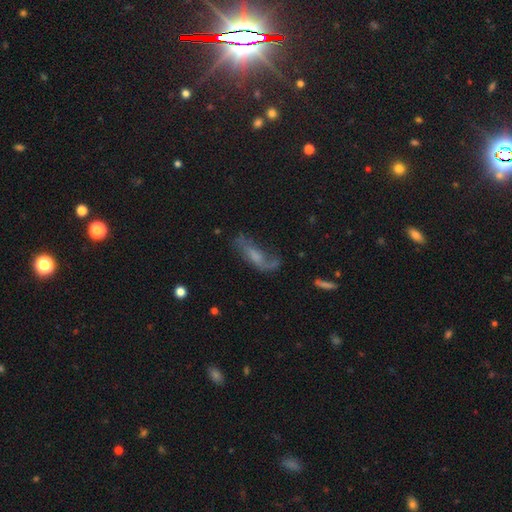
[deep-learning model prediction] Morphology: type=featured or disk (55%); edge-on=no (80%); merging=none (41%).